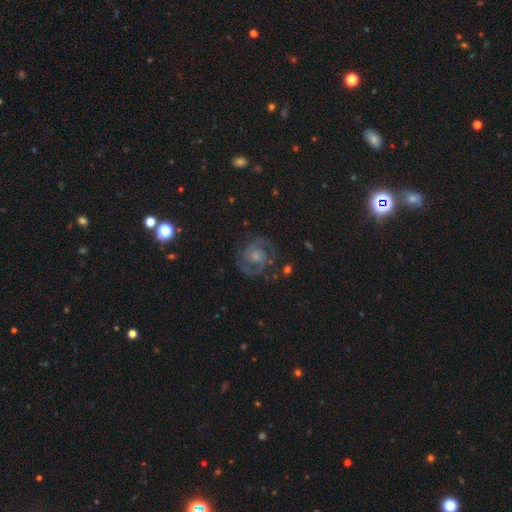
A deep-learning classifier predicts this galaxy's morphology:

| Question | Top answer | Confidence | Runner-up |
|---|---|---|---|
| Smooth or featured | featured or disk | 82% | smooth (11%) |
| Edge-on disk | no | 98% | yes (2%) |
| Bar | no | 55% | weak (37%) |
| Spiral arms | yes | 95% | no (5%) |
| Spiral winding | medium | 47% | tight (43%) |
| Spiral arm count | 2 | 83% | can't tell (7%) |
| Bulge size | small | 39% | moderate (34%) |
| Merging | none | 77% | minor disturbance (14%) |